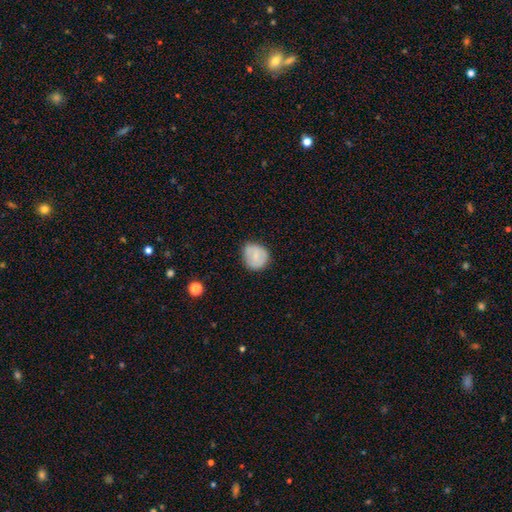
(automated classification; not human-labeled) smooth_or_featured: smooth (p=0.74) [alt: featured or disk p=0.19]
how_rounded: round (p=0.79) [alt: in between p=0.20]
merging: none (p=0.76) [alt: minor disturbance p=0.19]